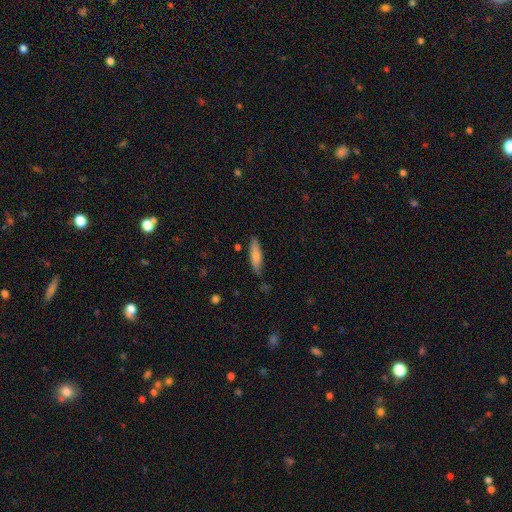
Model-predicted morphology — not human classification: A smooth galaxy with no disk features (76%) that is cigar-shaped (65%).

Vote fractions:
- Smooth or featured? smooth: 76% / featured or disk: 18% / star or artifact: 6%
- How rounded? cigar-shaped: 65% / in between: 34% / round: 2%
- Merging? none: 80% / minor disturbance: 15% / major disturbance: 3% / merger: 3%